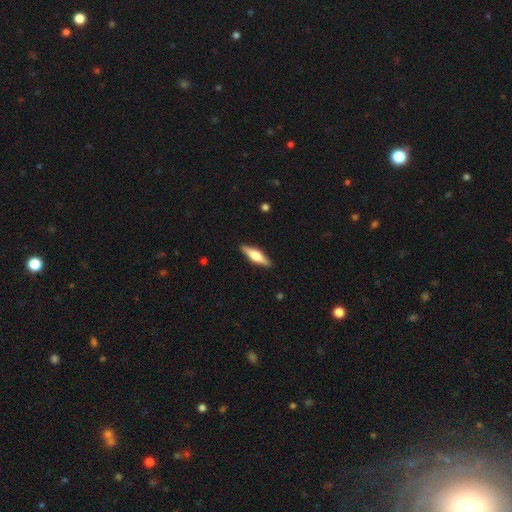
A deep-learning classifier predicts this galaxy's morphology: smooth_or_featured: featured or disk (p=0.55) [alt: smooth p=0.39]
disk_edge_on: yes (p=0.96) [alt: no p=0.04]
edge_on_bulge: rounded (p=0.89) [alt: boxy p=0.09]
merging: none (p=0.90) [alt: minor disturbance p=0.07]